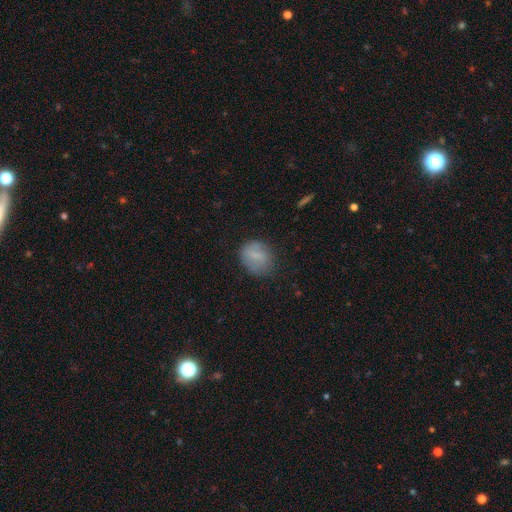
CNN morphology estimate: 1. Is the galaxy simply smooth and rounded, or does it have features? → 74% smooth, 17% featured or disk, 9% star or artifact.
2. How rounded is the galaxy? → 54% round, 44% in between, 2% cigar-shaped.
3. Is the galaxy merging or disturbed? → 69% none, 22% minor disturbance, 7% major disturbance, 1% merger.